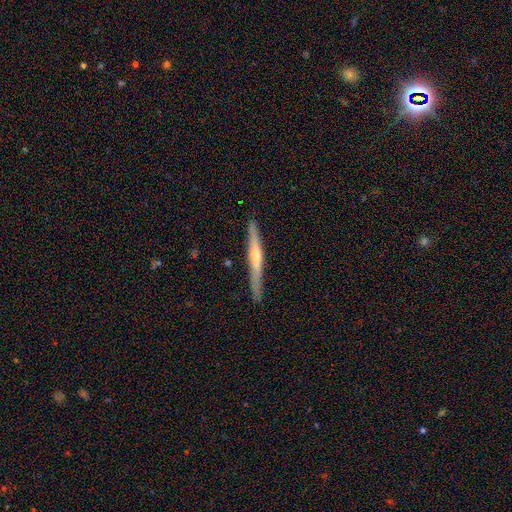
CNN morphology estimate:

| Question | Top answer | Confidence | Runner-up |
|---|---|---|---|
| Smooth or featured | featured or disk | 63% | smooth (31%) |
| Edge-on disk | yes | 97% | no (3%) |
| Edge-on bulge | rounded | 66% | none (26%) |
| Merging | none | 88% | minor disturbance (9%) |